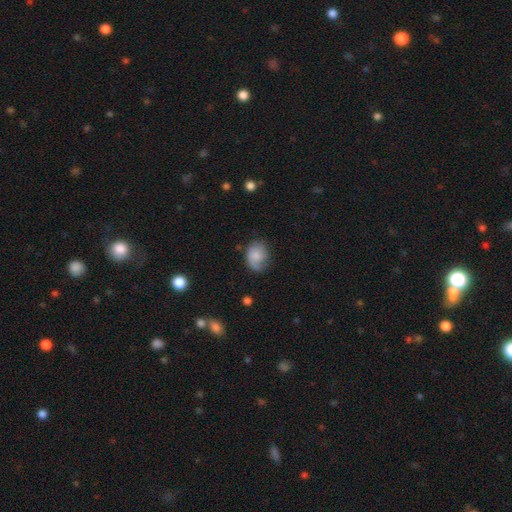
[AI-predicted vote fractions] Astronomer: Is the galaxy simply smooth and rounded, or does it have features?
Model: smooth — 68%.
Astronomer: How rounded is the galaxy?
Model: in between — 57% (runner-up: round, 42%).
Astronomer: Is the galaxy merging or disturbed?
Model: none — 51% (runner-up: minor disturbance, 31%).